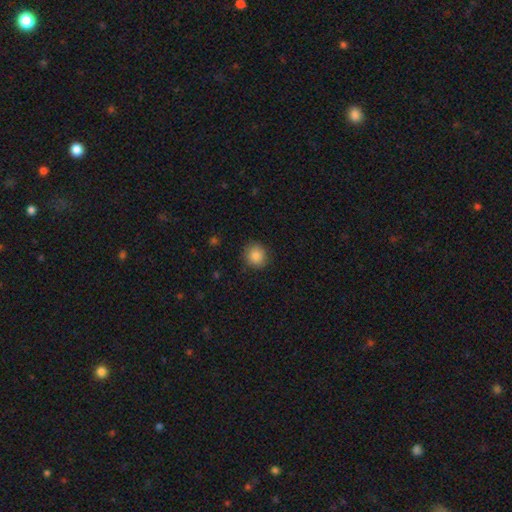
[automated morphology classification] A smooth galaxy with no disk features (86%) that is round (89%). Merging: none (88%).